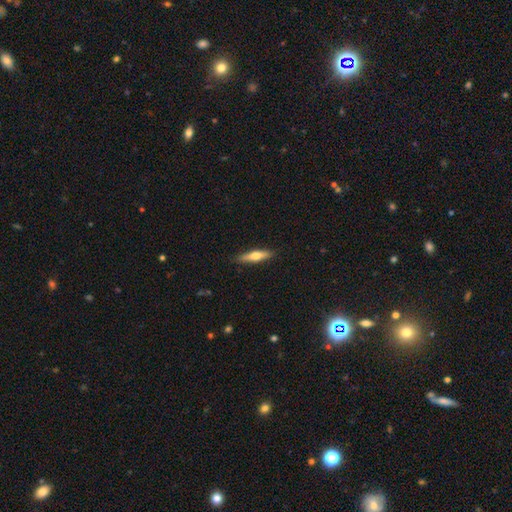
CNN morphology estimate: type=smooth (51%); roundness=cigar-shaped (77%); merging=none (89%).